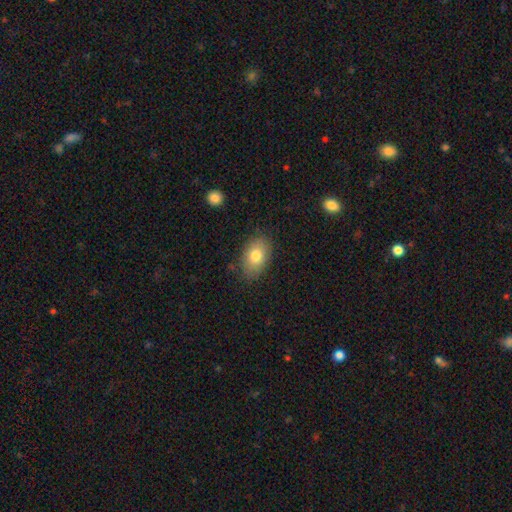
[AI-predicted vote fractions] This is likely a smooth galaxy (78%). How rounded: clearly in between (87%). Merging: likely none (80%).